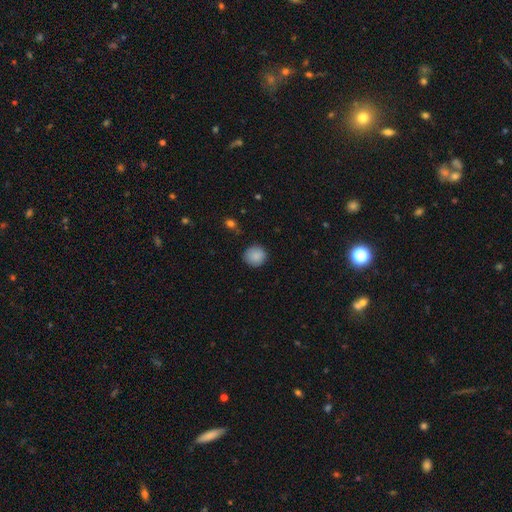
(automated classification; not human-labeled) This appears to be a smooth galaxy with no disk features (88%) that is round (90%). Merging: none (86%).